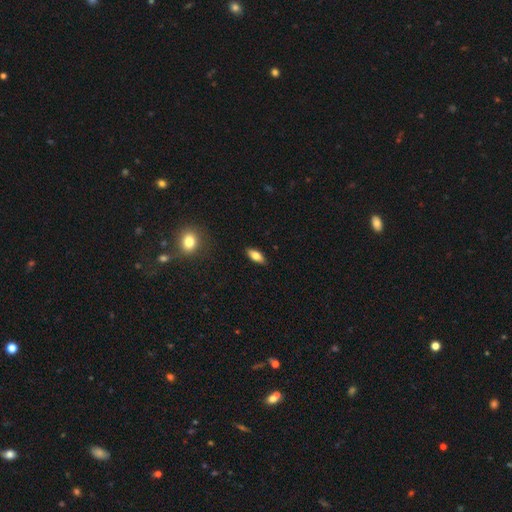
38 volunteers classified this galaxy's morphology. A smooth galaxy with no disk features (76%) that is in between round and cigar-shaped (79%). Merging: none (79%).